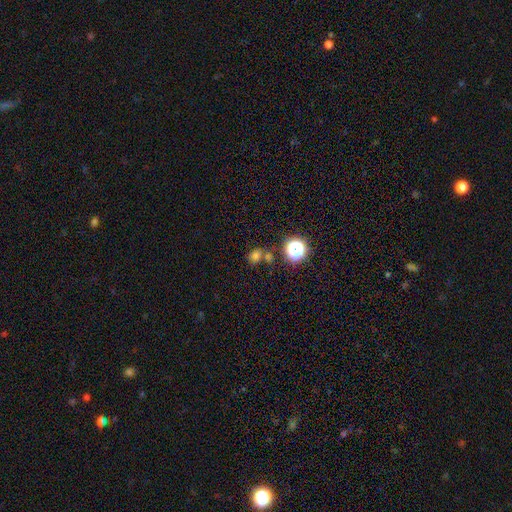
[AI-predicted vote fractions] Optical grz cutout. It shows a smooth galaxy with no disk features (67%) that is round (59%). Merging: none (62%).